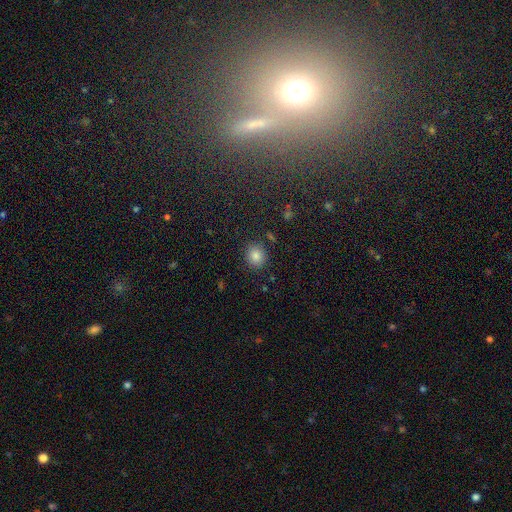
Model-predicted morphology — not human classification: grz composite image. It shows a smooth galaxy with no disk features (83%) that is round (77%). Merging: none (86%).